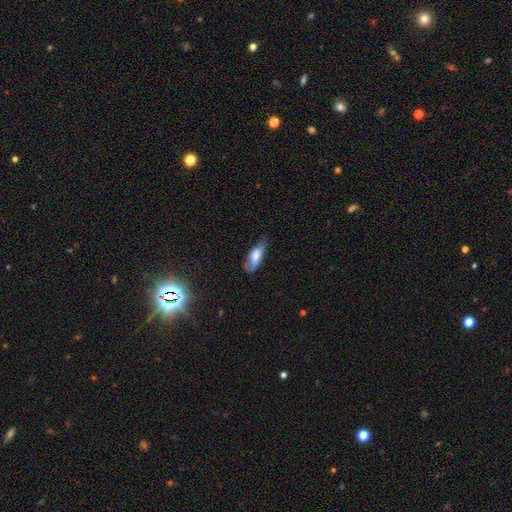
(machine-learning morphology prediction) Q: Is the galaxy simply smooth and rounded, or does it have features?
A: smooth — 69%.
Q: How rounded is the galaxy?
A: in between — 71%.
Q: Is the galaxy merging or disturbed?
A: none — 41%.